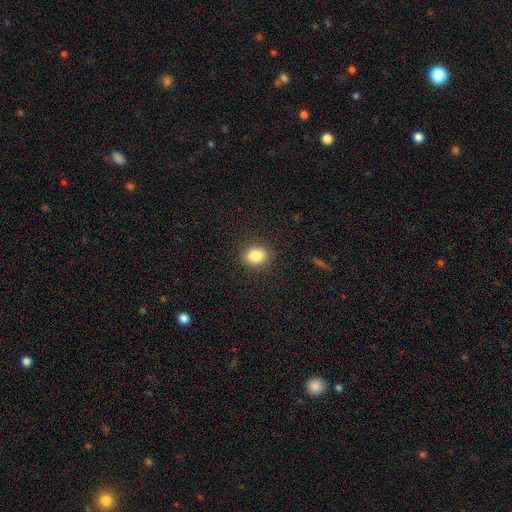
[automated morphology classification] The model was most divided on "how rounded": round: 61%, in between: 38%, cigar-shaped: 1%. More confident: merging — none (89%); smooth or featured — smooth (84%).